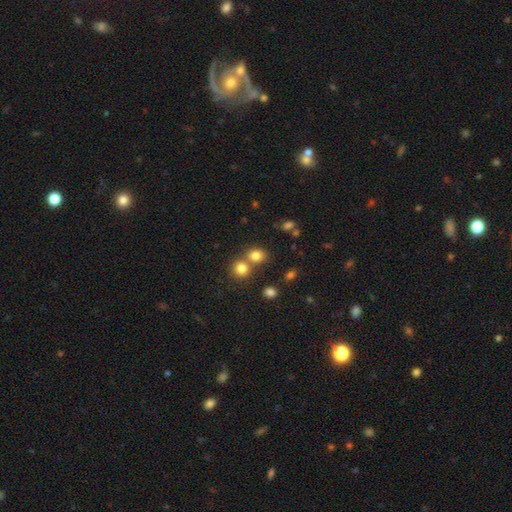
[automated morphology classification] smooth_or_featured: smooth (p=0.78) [alt: star or artifact p=0.13]
how_rounded: round (p=0.67) [alt: in between p=0.32]
merging: none (p=0.52) [alt: merger p=0.37]